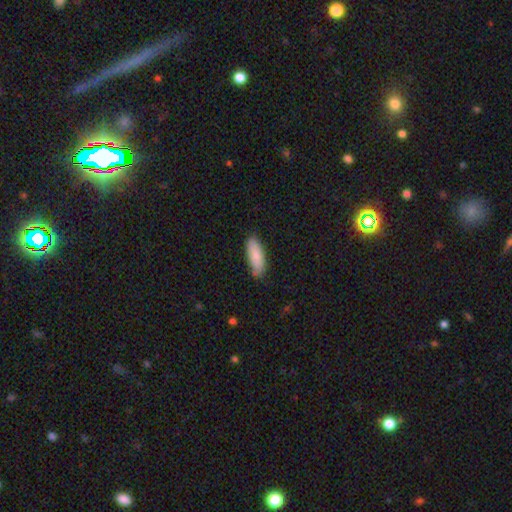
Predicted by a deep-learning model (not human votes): The model was most divided on "how rounded": in between: 66%, cigar-shaped: 32%, round: 2%. More confident: smooth or featured — smooth (85%); merging — none (77%).